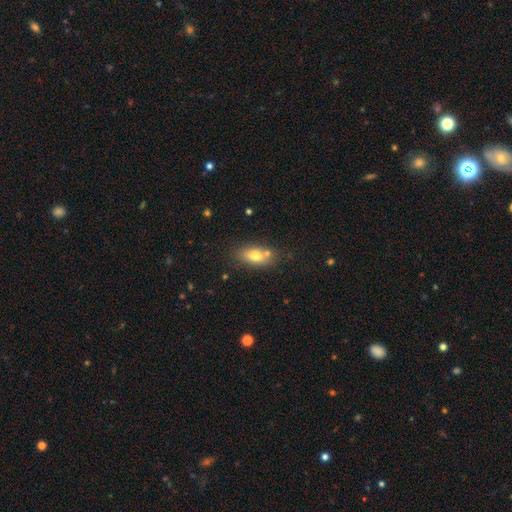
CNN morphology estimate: Smooth or featured? Predicted: smooth (p=0.75). How rounded? Predicted: in between (p=0.83). Merging? Predicted: none (p=0.63).